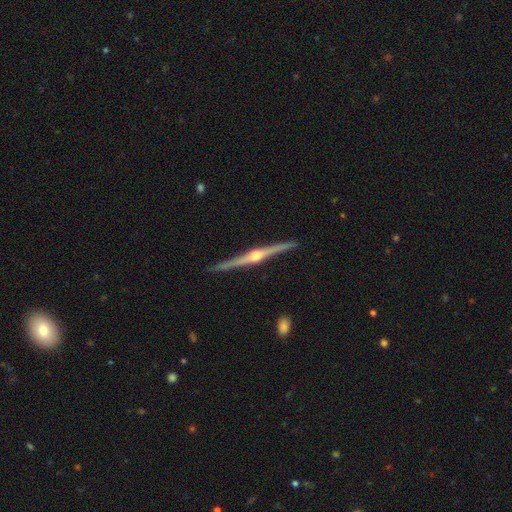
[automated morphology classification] Smooth or featured? featured or disk (89%)
Edge-on disk? yes (99%)
Edge-on bulge? rounded (91%)
Merging? none (92%)